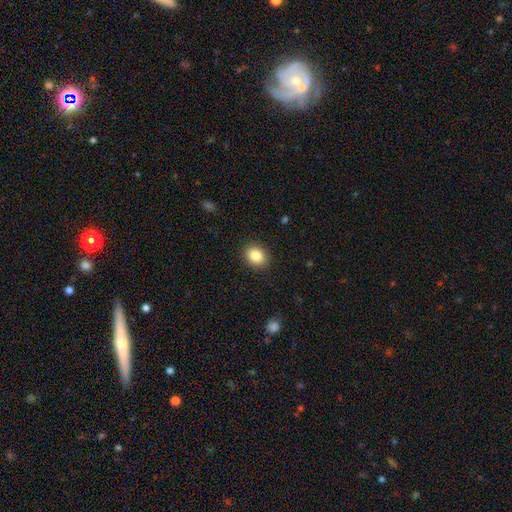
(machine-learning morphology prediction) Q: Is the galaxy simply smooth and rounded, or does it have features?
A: smooth — 84%.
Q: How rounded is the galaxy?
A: round — 61%.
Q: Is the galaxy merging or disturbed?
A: none — 90%.